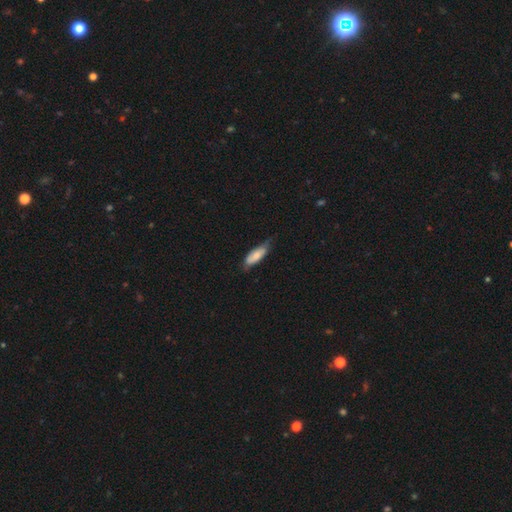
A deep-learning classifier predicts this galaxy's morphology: smooth-or-featured: smooth: 73% | featured or disk: 21% | star or artifact: 6%
  how-rounded: in between: 62% | cigar-shaped: 36% | round: 2%
  merging: none: 51% | minor disturbance: 39% | major disturbance: 9% | merger: 2%